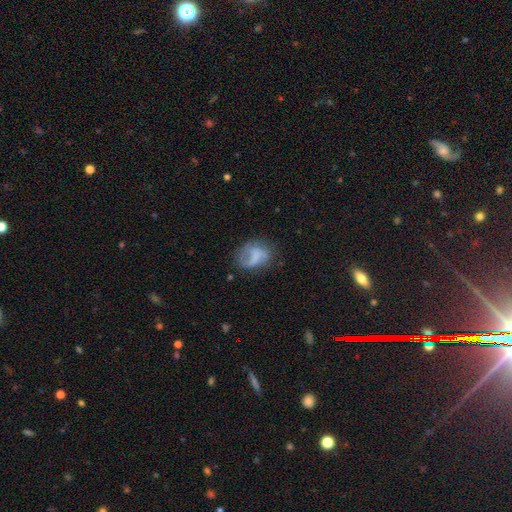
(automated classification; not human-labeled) A smooth galaxy with no disk features (51%) that is in between round and cigar-shaped (60%).

Vote fractions:
- Smooth or featured? smooth: 51% / featured or disk: 39% / star or artifact: 10%
- How rounded? in between: 60% / round: 39% / cigar-shaped: 2%
- Merging? none: 46% / minor disturbance: 27% / major disturbance: 24% / merger: 4%